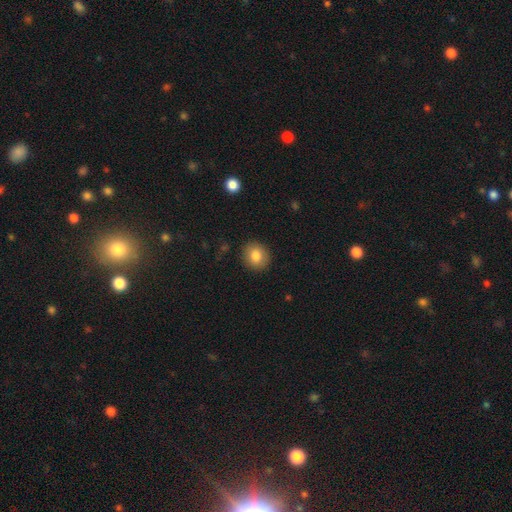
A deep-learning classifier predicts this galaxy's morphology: Smooth or featured?
  - smooth: 83% *
  - star or artifact: 9%
  - featured or disk: 8%
How rounded?
  - round: 80% *
  - in between: 19%
  - cigar-shaped: 1%
Merging?
  - none: 90% *
  - minor disturbance: 7%
  - major disturbance: 2%
  - merger: 1%